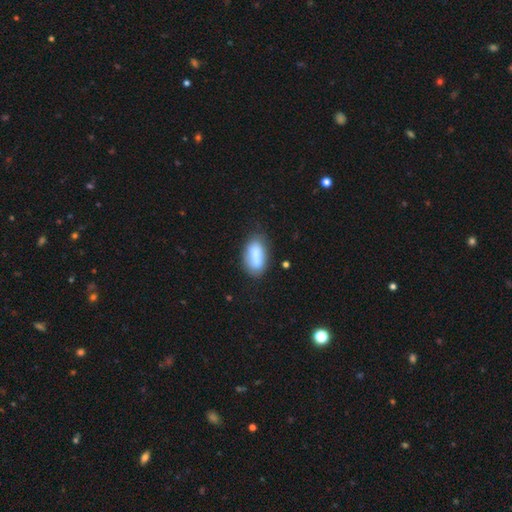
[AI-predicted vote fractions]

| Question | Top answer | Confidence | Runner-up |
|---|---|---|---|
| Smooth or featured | smooth | 76% | featured or disk (16%) |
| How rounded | in between | 90% | cigar-shaped (6%) |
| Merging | none | 53% | minor disturbance (21%) |